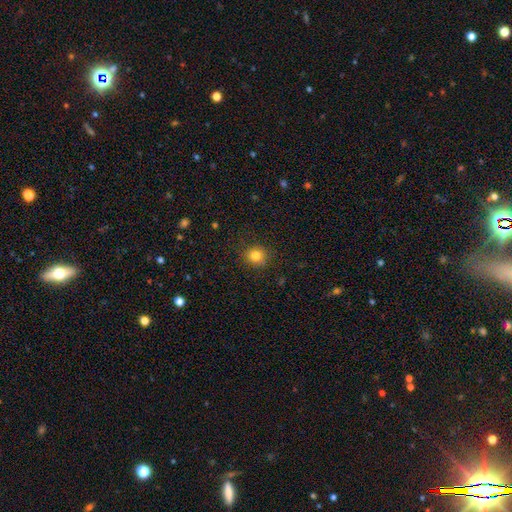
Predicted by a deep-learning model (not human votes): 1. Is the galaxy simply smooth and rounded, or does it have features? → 82% smooth, 12% star or artifact, 6% featured or disk.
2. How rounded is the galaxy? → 88% round, 11% in between, 1% cigar-shaped.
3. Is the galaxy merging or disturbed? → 86% none, 10% minor disturbance, 3% major disturbance, 1% merger.